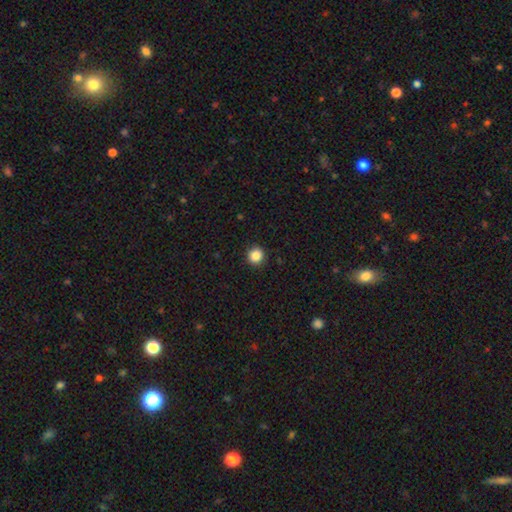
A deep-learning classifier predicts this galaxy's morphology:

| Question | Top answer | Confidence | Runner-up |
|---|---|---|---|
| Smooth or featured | smooth | 86% | star or artifact (10%) |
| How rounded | round | 94% | in between (5%) |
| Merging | none | 92% | minor disturbance (5%) |